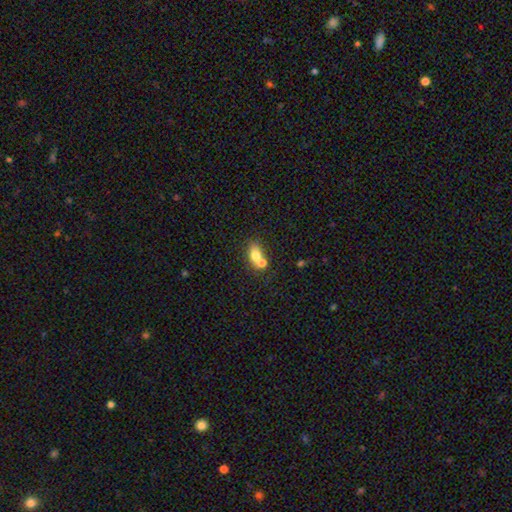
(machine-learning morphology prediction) This appears to be a smooth galaxy with no disk features (73%) that is in between round and cigar-shaped (64%). Merging: merger (56%).